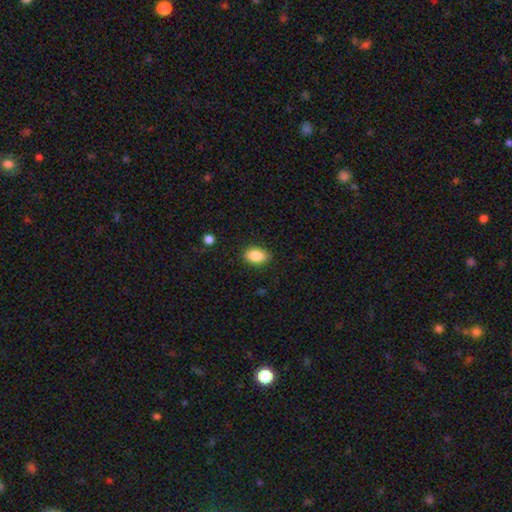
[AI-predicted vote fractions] A smooth galaxy with no disk features (87%) that is in between round and cigar-shaped (87%). Merging: none (85%).